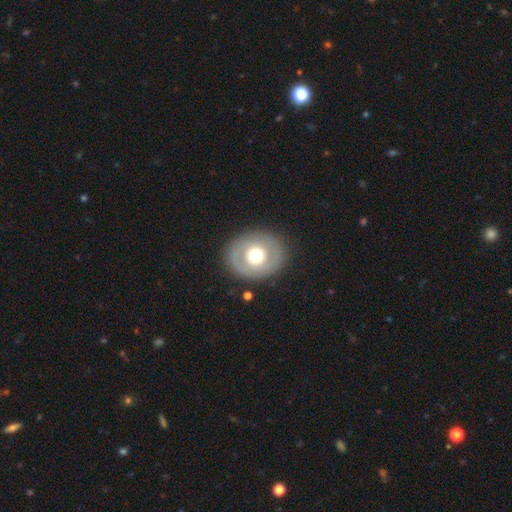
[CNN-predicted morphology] smooth-or-featured: featured or disk: 47% | smooth: 46% | star or artifact: 6%
  merging: none: 85% | minor disturbance: 9% | major disturbance: 4% | merger: 1%